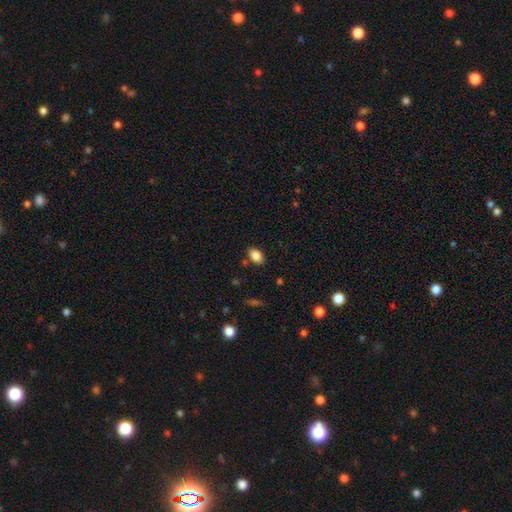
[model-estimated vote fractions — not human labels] Smooth or featured: smooth — 85% (star or artifact — 8%)
How rounded: in between — 90% (round — 8%)
Merging: none — 83% (minor disturbance — 11%)